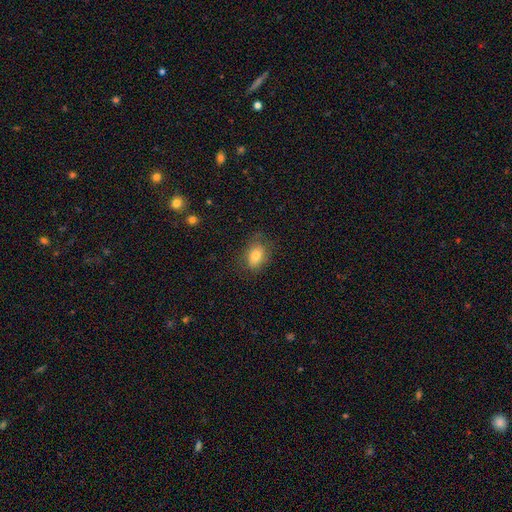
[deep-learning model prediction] Q: Smooth or featured?
A: smooth (78%); runner-up: featured or disk (12%)
Q: How rounded?
A: in between (74%); runner-up: round (25%)
Q: Merging?
A: none (73%); runner-up: minor disturbance (19%)